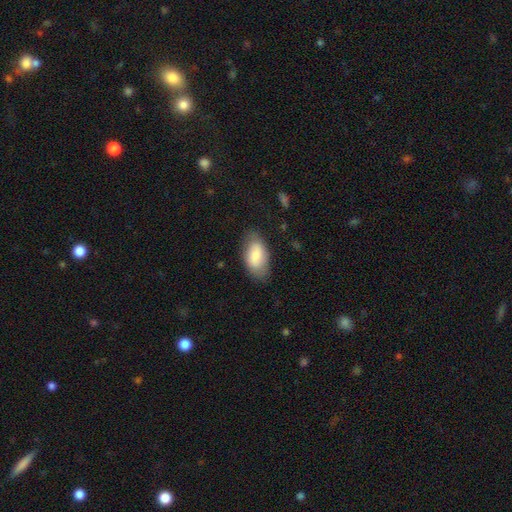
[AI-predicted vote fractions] Smooth or featured?
  - smooth: 75% *
  - featured or disk: 19%
  - star or artifact: 6%
How rounded?
  - in between: 94% *
  - round: 3%
  - cigar-shaped: 3%
Merging?
  - none: 74% *
  - minor disturbance: 20%
  - major disturbance: 5%
  - merger: 1%